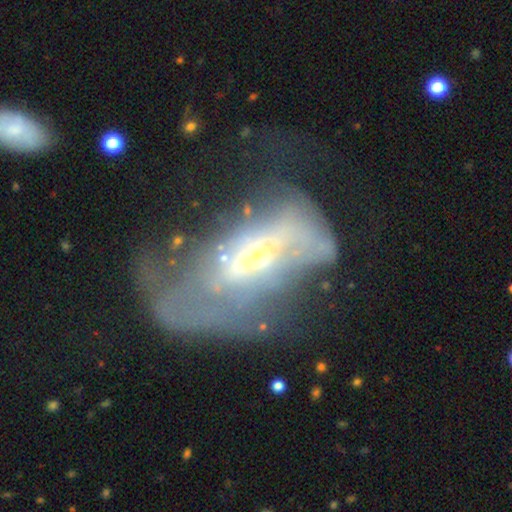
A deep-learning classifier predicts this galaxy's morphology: featured or disk 64%, smooth 26%, star or artifact 11%. Down the decision tree: edge-on disk — no (87%); bar — no (61%); spiral arms — no (72%); bulge size — moderate (62%); merging — major disturbance (60%).